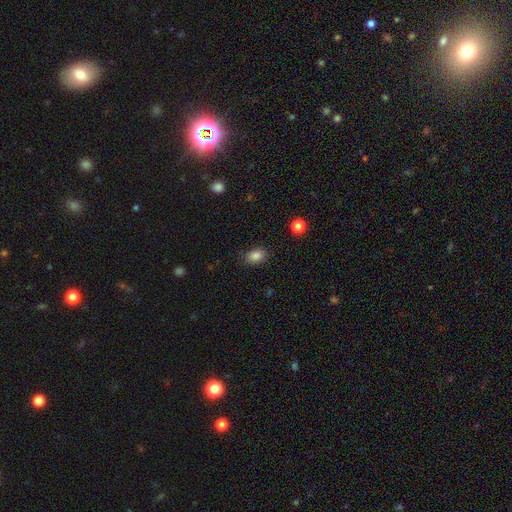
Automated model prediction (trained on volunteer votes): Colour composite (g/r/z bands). It shows a smooth galaxy with no disk features (86%) that is in between round and cigar-shaped (81%). Merging: none (85%).